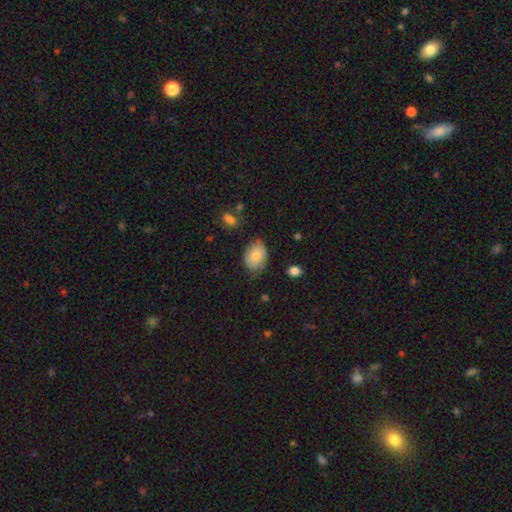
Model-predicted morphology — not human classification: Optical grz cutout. It shows a smooth galaxy with no disk features (79%) that is in between round and cigar-shaped (80%). Merging: none (65%).